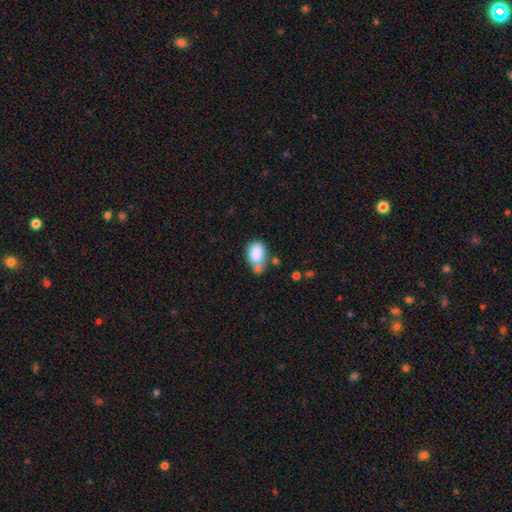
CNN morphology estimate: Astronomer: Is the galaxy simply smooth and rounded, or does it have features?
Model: smooth — 83%.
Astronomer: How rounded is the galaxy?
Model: in between — 85%.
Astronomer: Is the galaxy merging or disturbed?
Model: none — 38% (runner-up: merger, 29%).